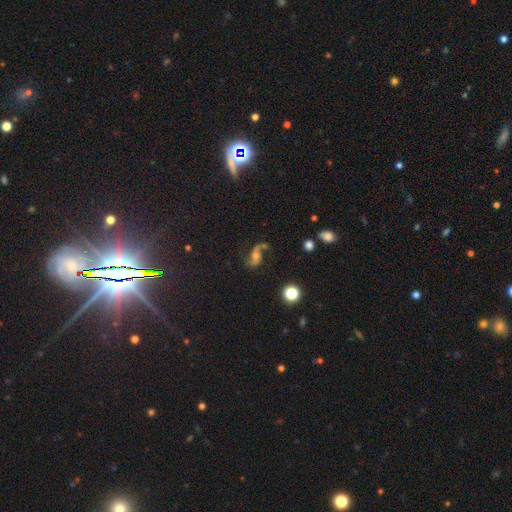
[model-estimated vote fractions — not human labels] The model was most divided on "bulge size": moderate: 60%, small: 28%, large: 7%, none: 3%, dominant: 2%. More confident: edge-on disk — no (96%); spiral arms — yes (94%); spiral arm count — 2 (91%); spiral winding — loose (79%); smooth or featured — featured or disk (78%); merging — none (67%); bar — no (63%).